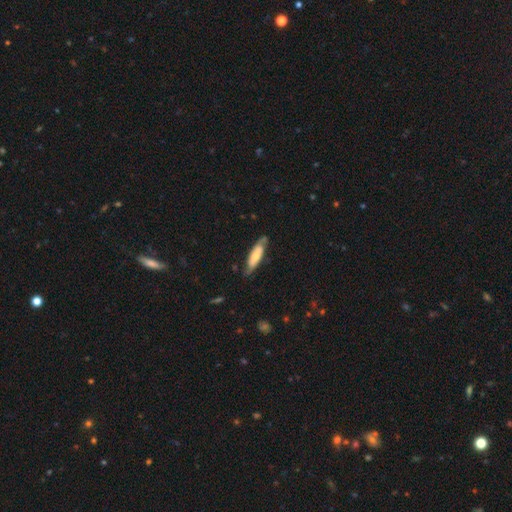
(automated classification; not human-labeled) A smooth galaxy with no disk features (48%). Merging: none (72%).